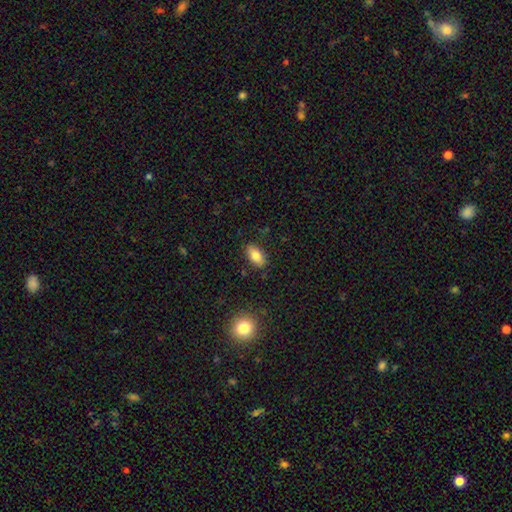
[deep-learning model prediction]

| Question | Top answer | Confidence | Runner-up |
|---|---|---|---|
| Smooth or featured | smooth | 81% | featured or disk (11%) |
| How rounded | in between | 89% | cigar-shaped (6%) |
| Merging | none | 86% | minor disturbance (10%) |